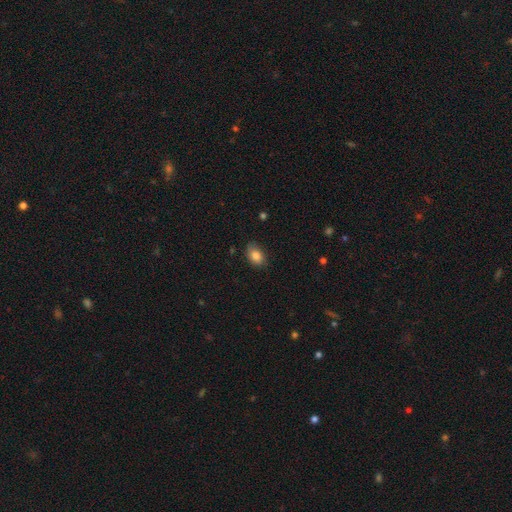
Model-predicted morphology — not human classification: smooth 84%, star or artifact 8%, featured or disk 8%. Down the decision tree: how rounded — in between (83%); merging — none (78%).